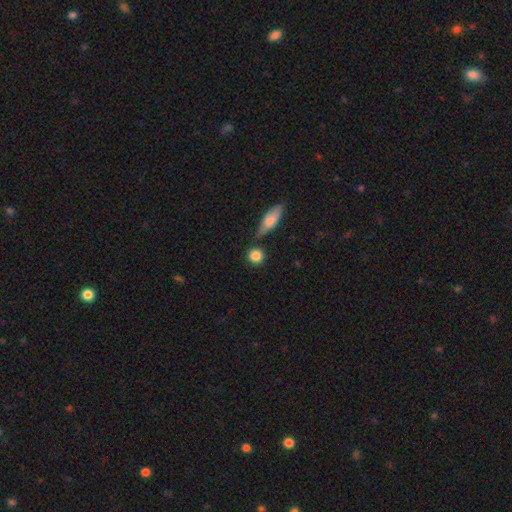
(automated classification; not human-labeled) Smooth or featured? Predicted: smooth (p=0.85). How rounded? Predicted: round (p=0.88). Merging? Predicted: none (p=0.76).